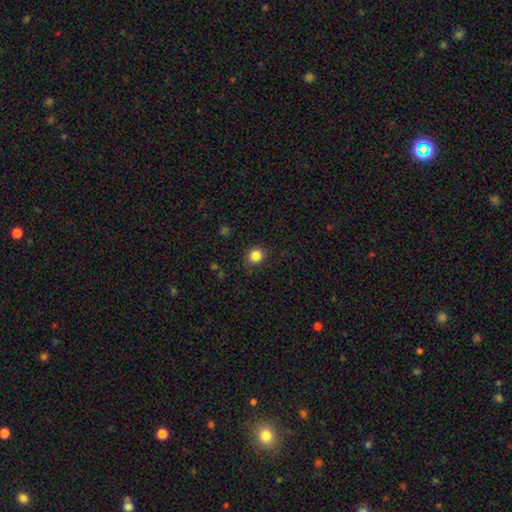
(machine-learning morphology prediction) This appears to be a smooth galaxy with no disk features (85%) that is round (86%). Merging: none (86%).